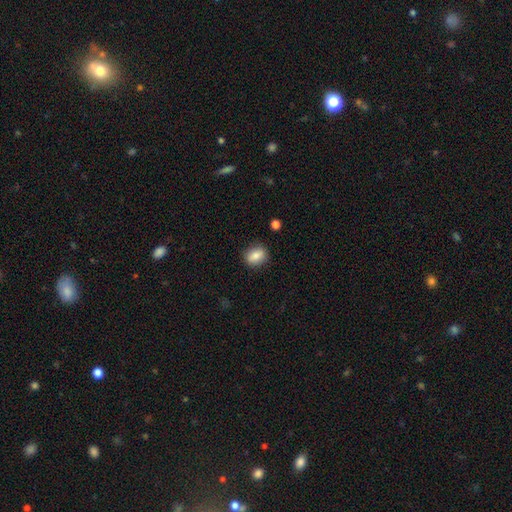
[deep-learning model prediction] Smooth or featured? smooth (84%)
How rounded? in between (61%)
Merging? none (86%)